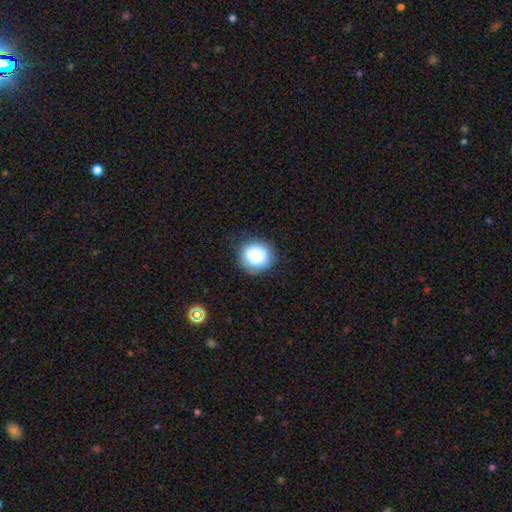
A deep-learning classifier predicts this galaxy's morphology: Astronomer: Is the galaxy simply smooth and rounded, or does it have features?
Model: smooth — 80%.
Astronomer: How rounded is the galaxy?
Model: round — 86%.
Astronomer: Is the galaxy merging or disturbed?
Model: none — 75%.